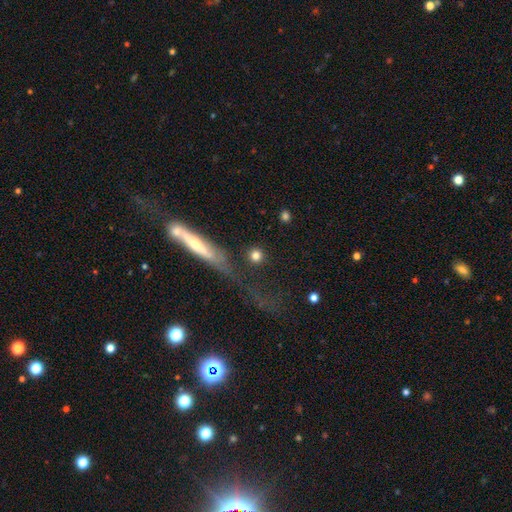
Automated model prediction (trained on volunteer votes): Smooth or featured?
  - smooth: 78% *
  - featured or disk: 12%
  - star or artifact: 10%
How rounded?
  - round: 89% *
  - in between: 7%
  - cigar-shaped: 4%
Merging?
  - none: 77% *
  - minor disturbance: 8%
  - merger: 8%
  - major disturbance: 7%